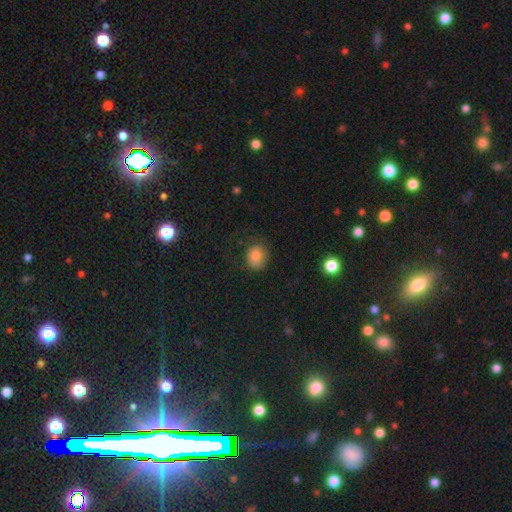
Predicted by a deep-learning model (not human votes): Smooth or featured? smooth (81%)
How rounded? round (68%)
Merging? none (66%)